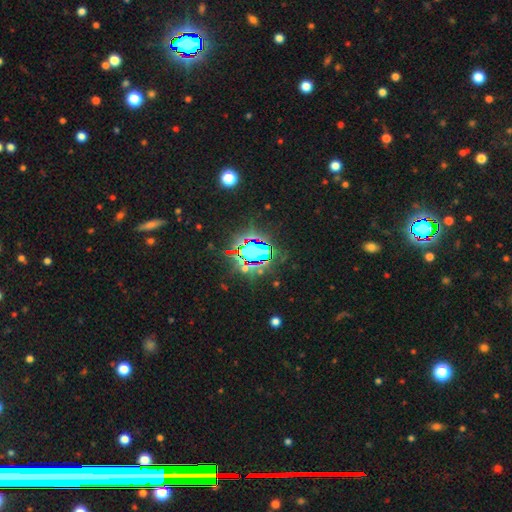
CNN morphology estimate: This is clearly a star or artifact rather than a galaxy (81%).